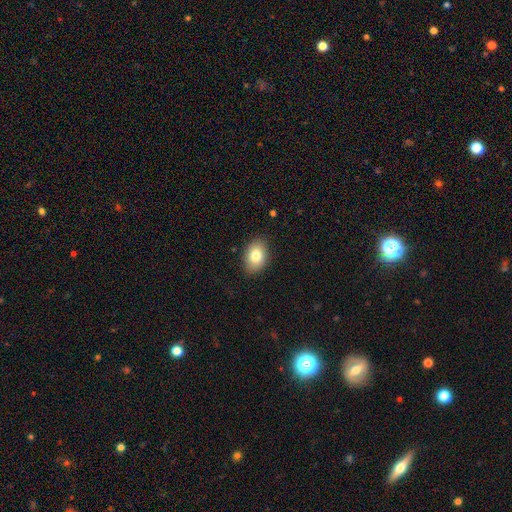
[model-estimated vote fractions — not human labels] This is likely a smooth galaxy (80%). How rounded: likely in between (79%). Merging: clearly none (86%).